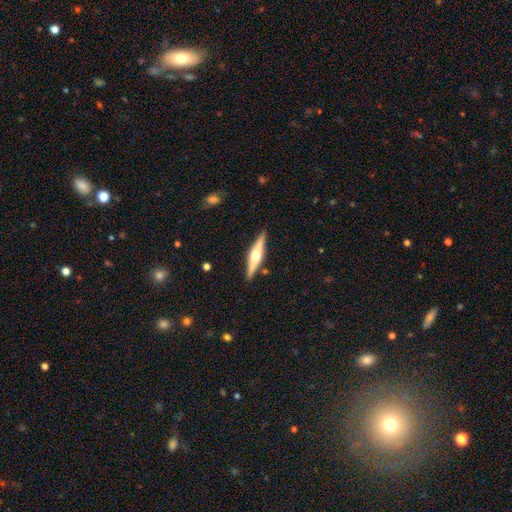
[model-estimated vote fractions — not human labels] A featured or disk galaxy (69%) viewed edge-on (97%) with a rounded central bulge (92%).

Vote fractions:
- Smooth or featured? featured or disk: 69% / smooth: 26% / star or artifact: 5%
- Edge-on disk? yes: 97% / no: 3%
- Edge-on bulge? rounded: 92% / boxy: 6% / none: 2%
- Merging? none: 89% / minor disturbance: 8% / merger: 2% / major disturbance: 2%